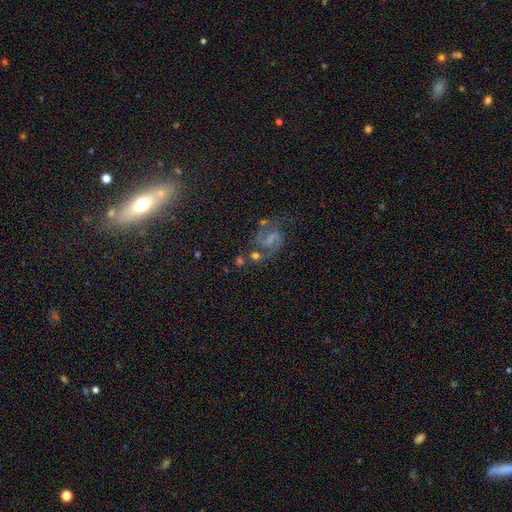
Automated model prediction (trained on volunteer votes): Overall: featured or disk (73%). Edge-on disk: no (98%). Bar: weak (49%; no 29%). Spiral arms: yes (93%). Spiral arm count: 2 (91%). Spiral winding: medium (55%; loose 30%). Bulge size: small (38%; none 35%). Merging: none (58%).